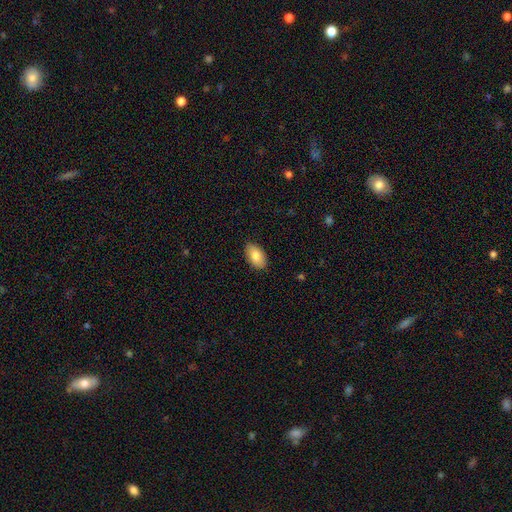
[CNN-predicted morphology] The model was most divided on "smooth or featured": smooth: 85%, featured or disk: 9%, star or artifact: 6%. More confident: how rounded — in between (95%); merging — none (89%).